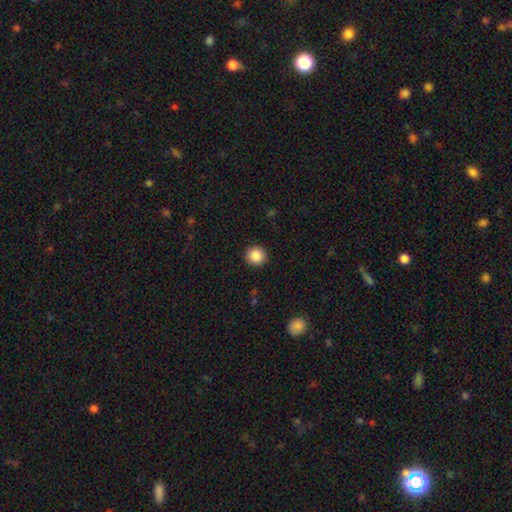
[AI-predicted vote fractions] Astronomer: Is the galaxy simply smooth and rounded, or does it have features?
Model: smooth — 87%.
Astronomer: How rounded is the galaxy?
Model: round — 95%.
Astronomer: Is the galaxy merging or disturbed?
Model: none — 92%.